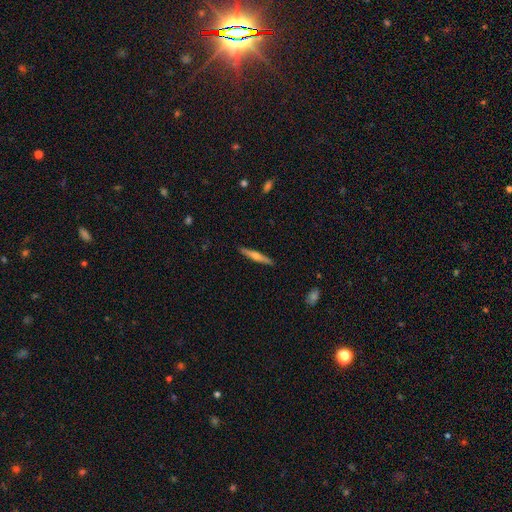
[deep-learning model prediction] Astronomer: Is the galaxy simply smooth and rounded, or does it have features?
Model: featured or disk — 61%.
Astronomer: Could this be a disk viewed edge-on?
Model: yes — 97%.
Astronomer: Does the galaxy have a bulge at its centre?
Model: rounded — 87%.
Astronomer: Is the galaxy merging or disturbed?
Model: none — 91%.